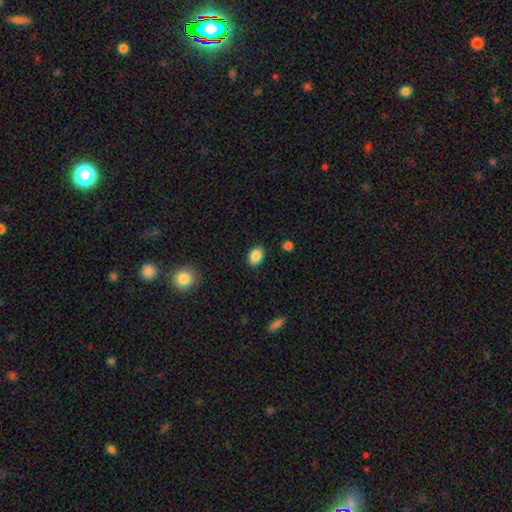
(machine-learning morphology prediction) Q: Smooth or featured?
A: smooth (87%); runner-up: star or artifact (8%)
Q: How rounded?
A: in between (78%); runner-up: round (21%)
Q: Merging?
A: none (88%); runner-up: minor disturbance (8%)